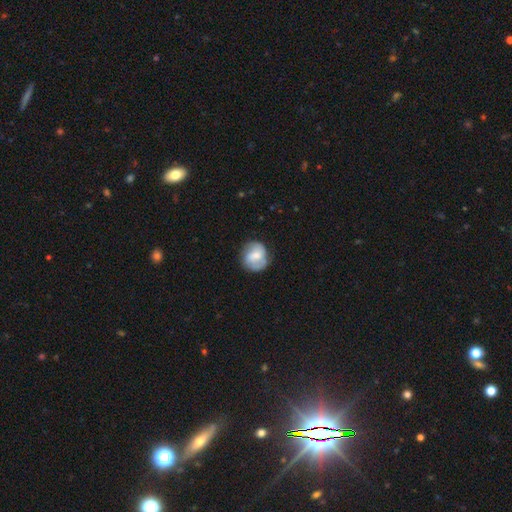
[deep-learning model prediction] Overall: smooth (48%; featured or disk 44%). Merging: none (69%).